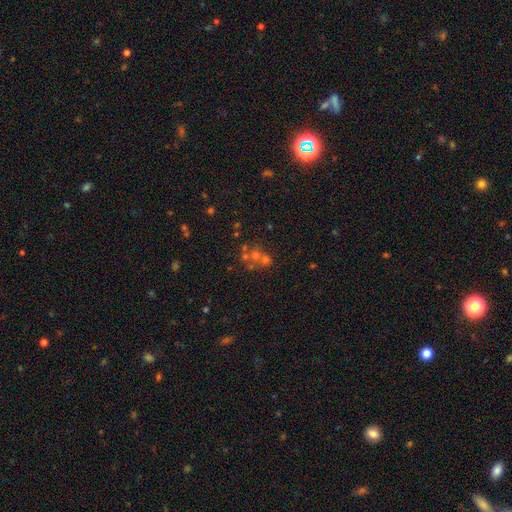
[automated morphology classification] Overall: star or artifact (38%; smooth 36%).